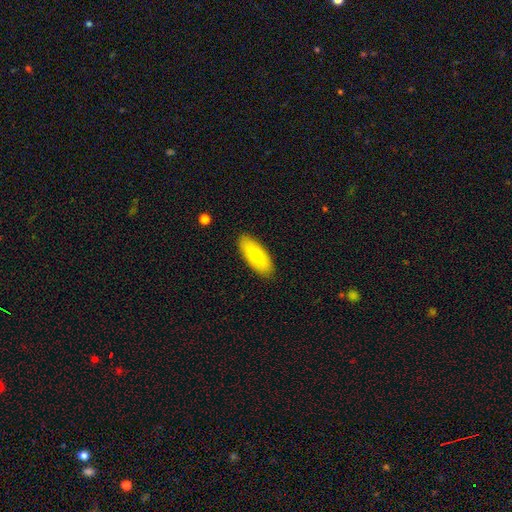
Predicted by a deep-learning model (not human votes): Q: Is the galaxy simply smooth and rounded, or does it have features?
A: smooth — 70%.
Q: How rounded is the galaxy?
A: in between — 81%.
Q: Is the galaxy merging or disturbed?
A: none — 89%.